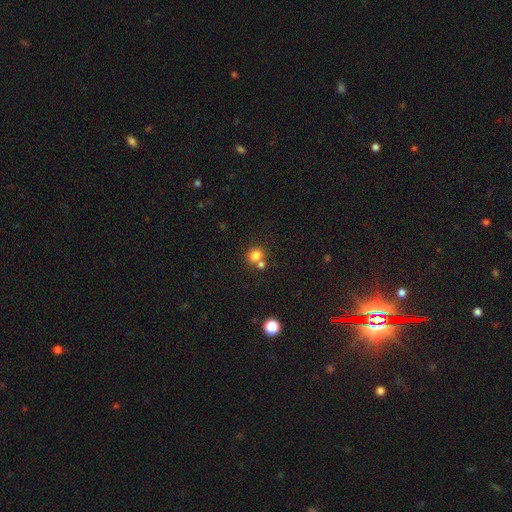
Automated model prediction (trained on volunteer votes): smooth 79%, star or artifact 13%, featured or disk 8%. Down the decision tree: how rounded — round (74%); merging — none (56%).